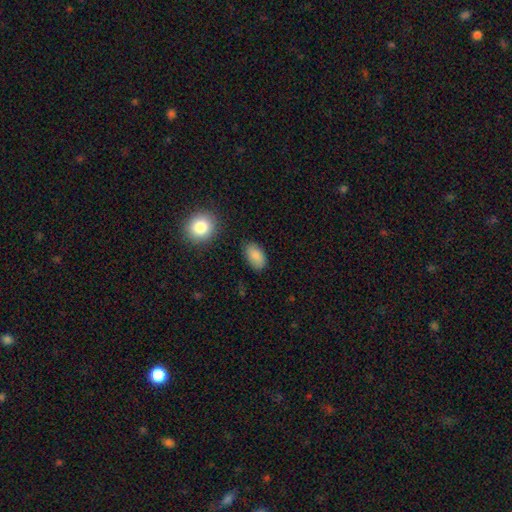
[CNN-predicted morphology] Smooth or featured? smooth (87%)
How rounded? in between (92%)
Merging? none (83%)